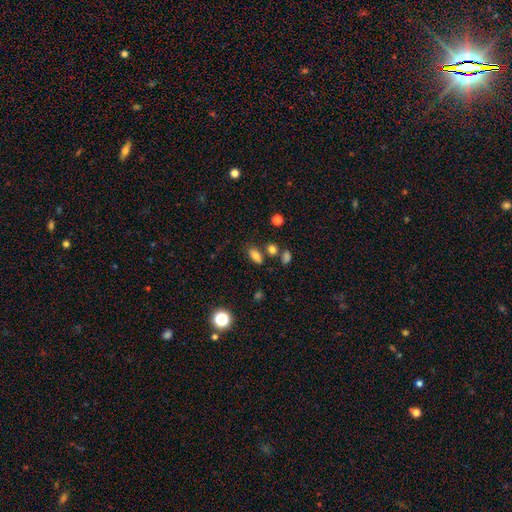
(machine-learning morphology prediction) Smooth or featured: smooth — 79% (star or artifact — 12%)
How rounded: in between — 84% (cigar-shaped — 9%)
Merging: none — 76% (minor disturbance — 12%)